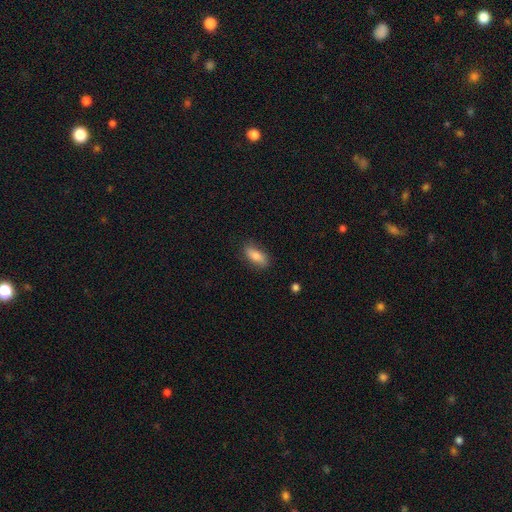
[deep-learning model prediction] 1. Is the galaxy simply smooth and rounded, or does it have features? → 75% smooth, 18% featured or disk, 7% star or artifact.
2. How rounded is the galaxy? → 74% in between, 23% cigar-shaped, 3% round.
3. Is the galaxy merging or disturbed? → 82% none, 14% minor disturbance, 3% major disturbance, 1% merger.